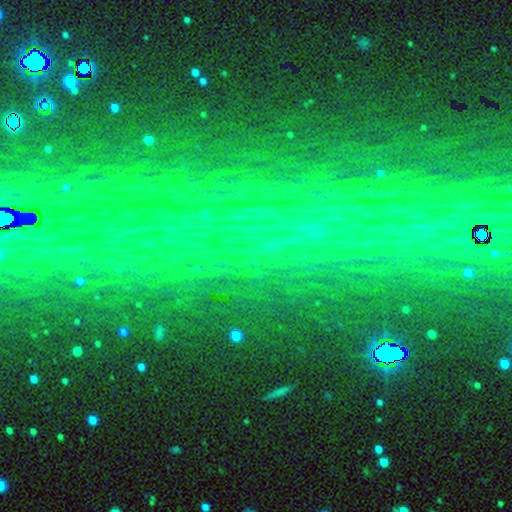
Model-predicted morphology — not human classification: type=star or artifact (84%).